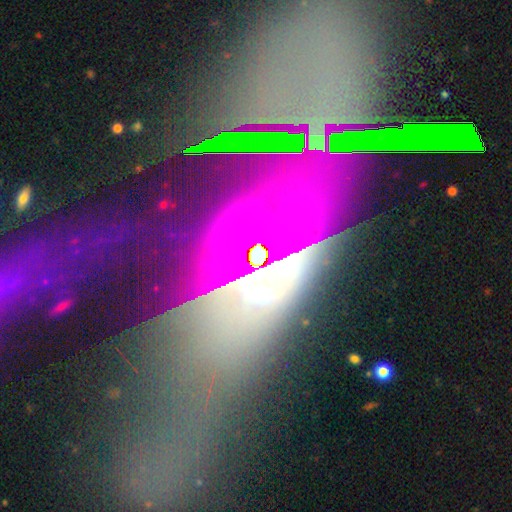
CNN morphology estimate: This is possibly a featured or disk galaxy (50%). Merging: likely none (65%).